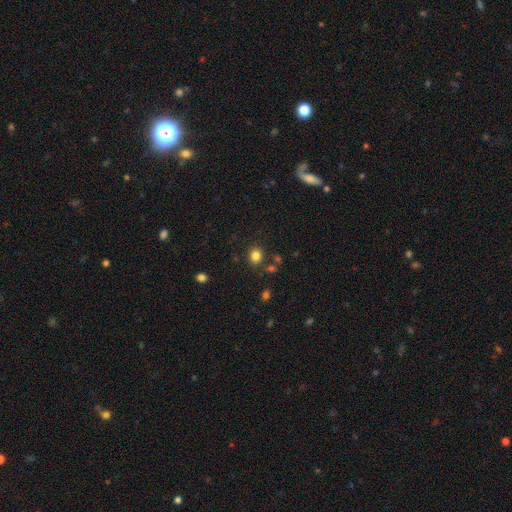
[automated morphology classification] smooth 82%, star or artifact 13%, featured or disk 5%. Down the decision tree: how rounded — round (68%); merging — none (82%).